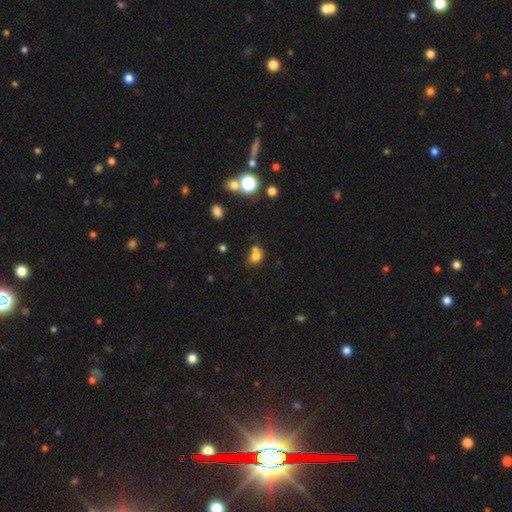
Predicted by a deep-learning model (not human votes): A smooth galaxy with no disk features (73%) that is round (56%).

Vote fractions:
- Smooth or featured? smooth: 73% / star or artifact: 16% / featured or disk: 11%
- How rounded? round: 56% / in between: 43% / cigar-shaped: 1%
- Merging? none: 43% / merger: 37% / minor disturbance: 14% / major disturbance: 6%